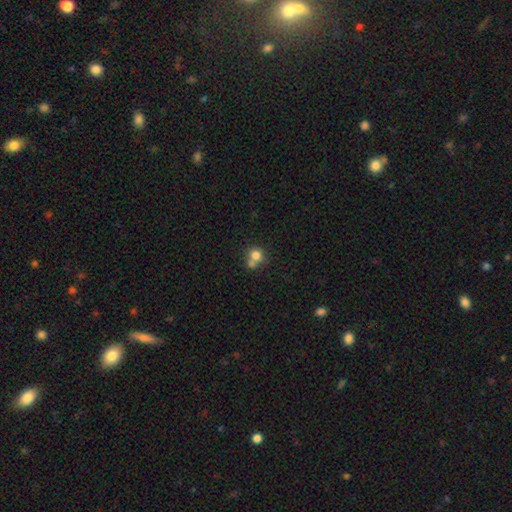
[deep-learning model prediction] smooth 77%, featured or disk 12%, star or artifact 11%. Down the decision tree: how rounded — round (80%); merging — merger (47%).